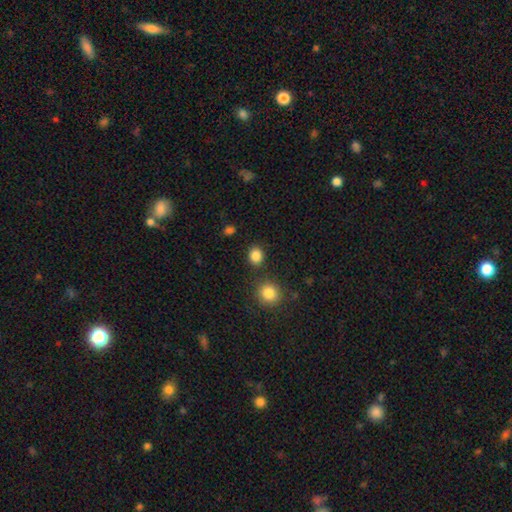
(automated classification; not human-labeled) Smooth or featured? Predicted: smooth (p=0.86). How rounded? Predicted: round (p=0.69). Merging? Predicted: none (p=0.85).